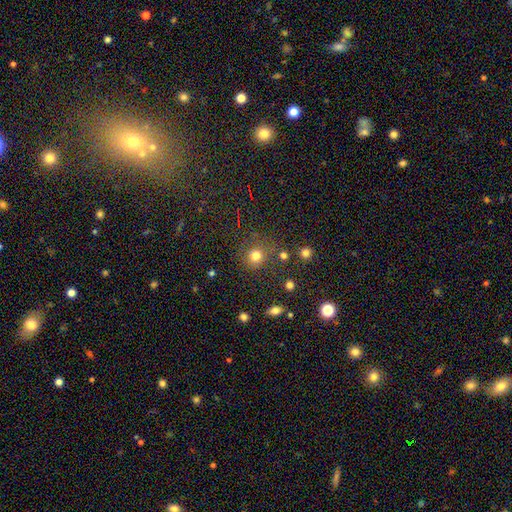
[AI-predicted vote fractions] This is likely a smooth galaxy (75%). How rounded: clearly round (89%). Merging: likely none (78%).